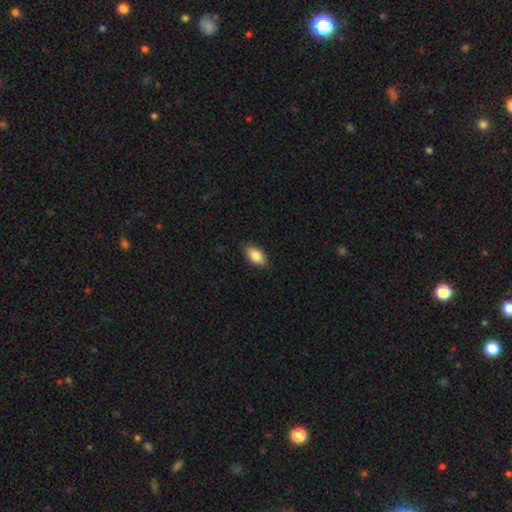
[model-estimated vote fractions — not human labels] A smooth galaxy with no disk features (86%) that is in between round and cigar-shaped (92%). Merging: none (85%).